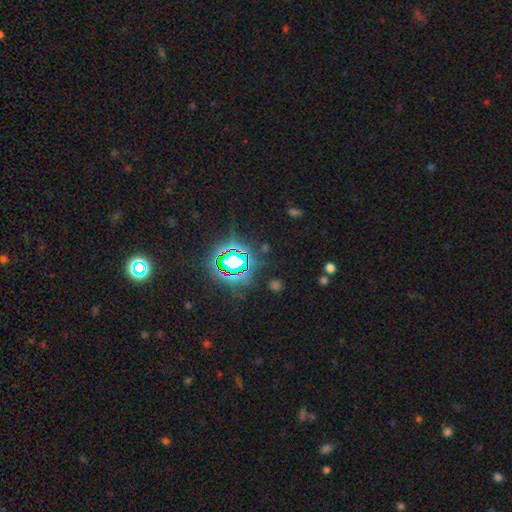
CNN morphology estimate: This appears to be a star or artifact, not a galaxy (82%).